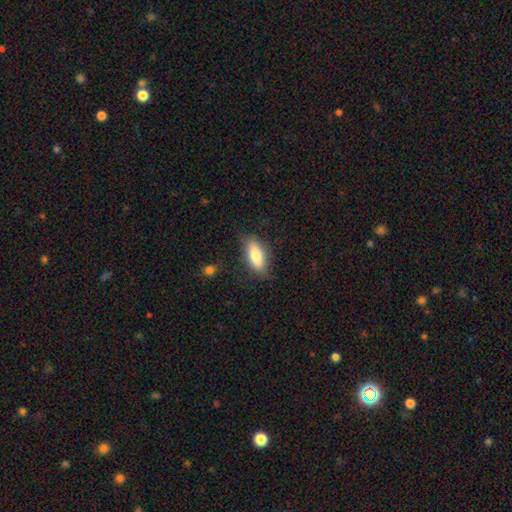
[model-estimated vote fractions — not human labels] This appears to be a smooth galaxy with no disk features (74%) that is in between round and cigar-shaped (66%). Merging: none (80%).